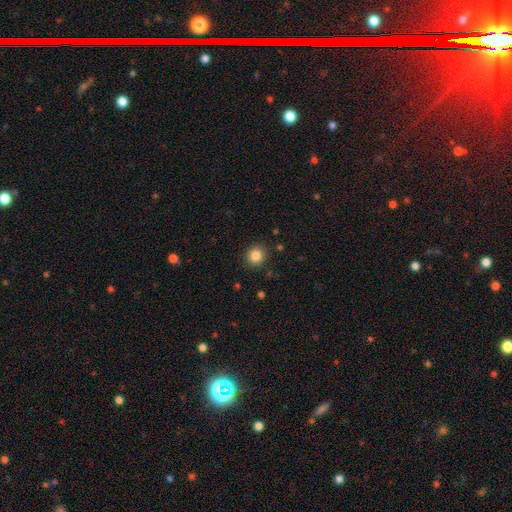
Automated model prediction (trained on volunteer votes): Smooth or featured: smooth — 85% (star or artifact — 11%)
How rounded: round — 84% (in between — 15%)
Merging: none — 90% (minor disturbance — 7%)